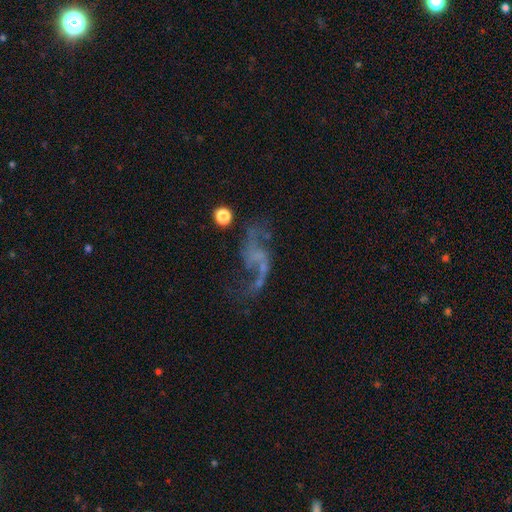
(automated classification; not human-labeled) featured or disk 75%, star or artifact 13%, smooth 12%. Down the decision tree: edge-on disk — no (96%); bar — no (58%); spiral arms — yes (80%); spiral arm count — 2 (82%); spiral winding — loose (87%); bulge size — none (71%); merging — none (46%).